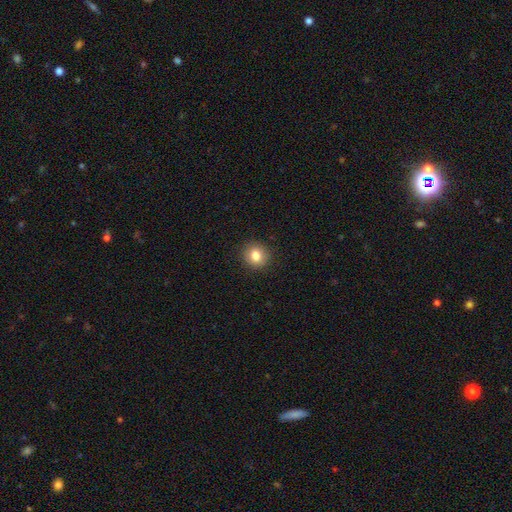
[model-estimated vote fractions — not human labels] Smooth or featured: smooth — 82% (star or artifact — 10%)
How rounded: round — 85% (in between — 14%)
Merging: none — 91% (minor disturbance — 6%)